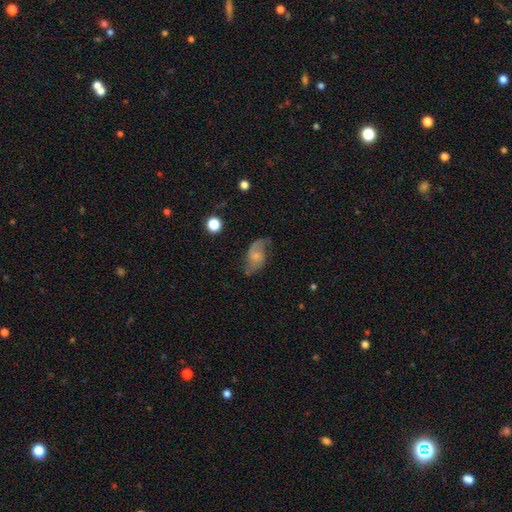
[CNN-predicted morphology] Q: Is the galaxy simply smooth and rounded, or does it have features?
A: featured or disk — 62%.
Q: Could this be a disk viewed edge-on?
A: no — 96%.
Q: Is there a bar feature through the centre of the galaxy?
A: no — 58%.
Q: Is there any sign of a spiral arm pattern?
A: yes — 87%.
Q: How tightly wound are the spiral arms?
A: loose — 61%.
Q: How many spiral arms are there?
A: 2 — 82%.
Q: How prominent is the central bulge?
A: small — 54%.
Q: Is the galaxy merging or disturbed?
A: none — 54%.